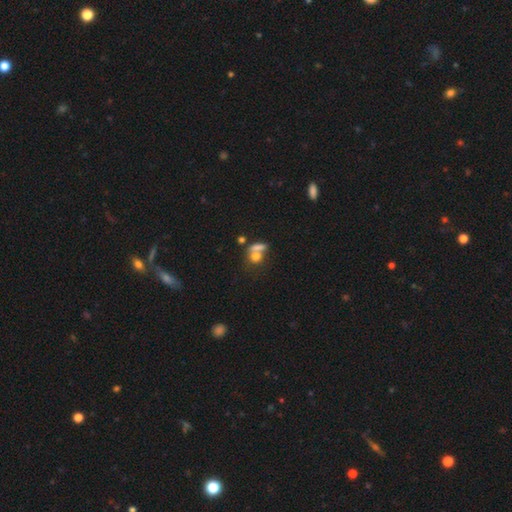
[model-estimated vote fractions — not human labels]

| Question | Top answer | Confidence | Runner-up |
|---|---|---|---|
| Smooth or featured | smooth | 71% | featured or disk (15%) |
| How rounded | round | 57% | in between (37%) |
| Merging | merger | 47% | none (36%) |